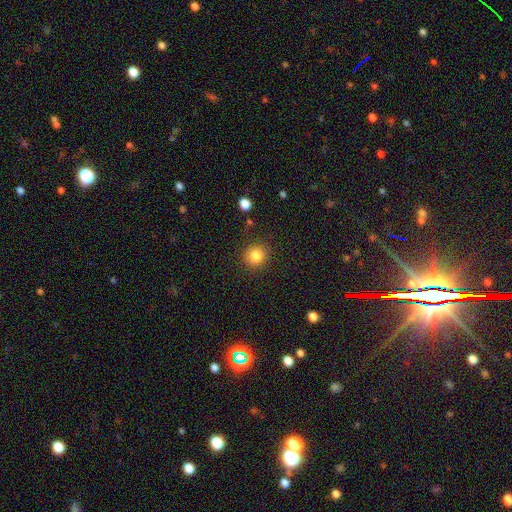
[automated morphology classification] type=smooth (83%); roundness=round (89%); merging=none (87%).